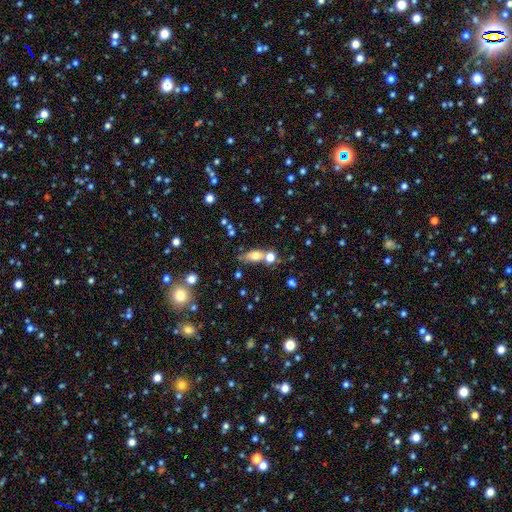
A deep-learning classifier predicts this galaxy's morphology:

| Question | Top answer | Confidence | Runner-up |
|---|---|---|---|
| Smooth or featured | smooth | 70% | featured or disk (16%) |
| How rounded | in between | 67% | round (20%) |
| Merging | none | 43% | merger (38%) |